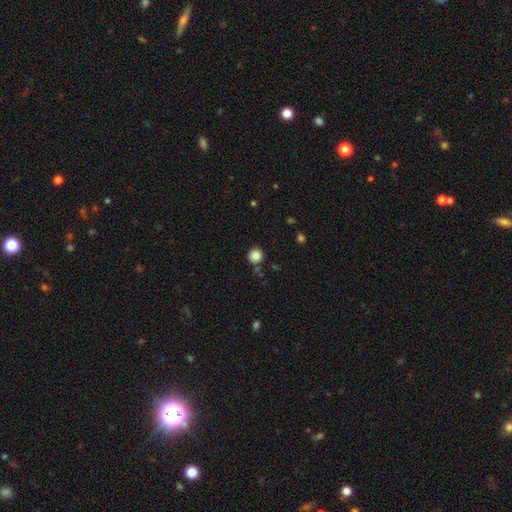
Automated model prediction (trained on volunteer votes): smooth 84%, star or artifact 10%, featured or disk 5%. Down the decision tree: how rounded — round (95%); merging — none (87%).